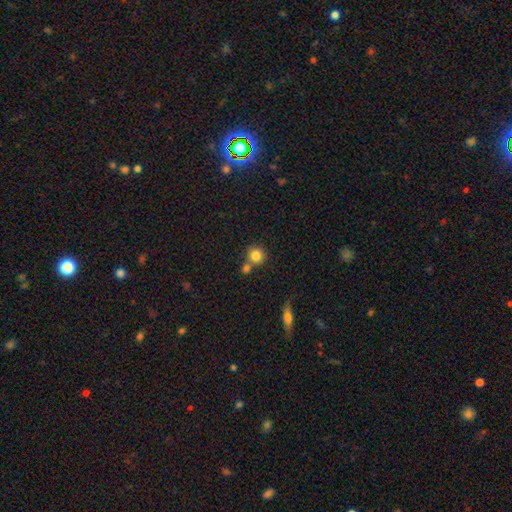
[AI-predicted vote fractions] This is clearly a smooth galaxy (83%). How rounded: clearly round (88%). Merging: likely none (61%).